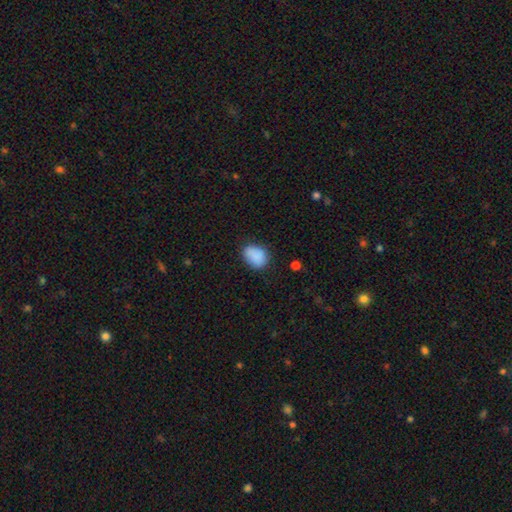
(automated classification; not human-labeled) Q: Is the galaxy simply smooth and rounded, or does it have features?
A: smooth — 86%.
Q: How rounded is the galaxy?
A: in between — 68%.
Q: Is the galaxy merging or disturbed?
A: none — 72%.